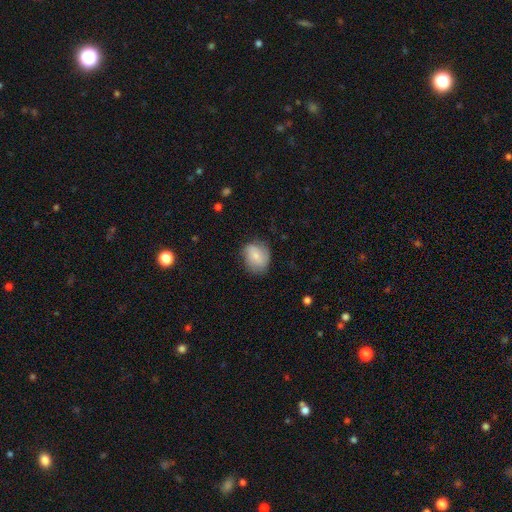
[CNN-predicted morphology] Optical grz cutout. It shows a smooth galaxy with no disk features (70%) that is round (51%). Merging: none (69%).